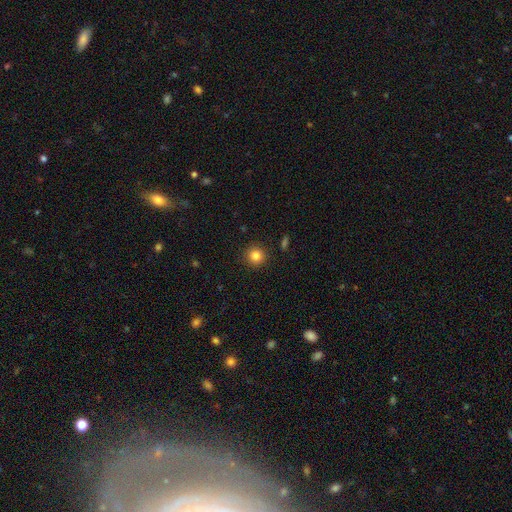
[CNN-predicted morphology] Smooth or featured: smooth — 82% (star or artifact — 12%)
How rounded: round — 94% (in between — 5%)
Merging: none — 91% (minor disturbance — 6%)